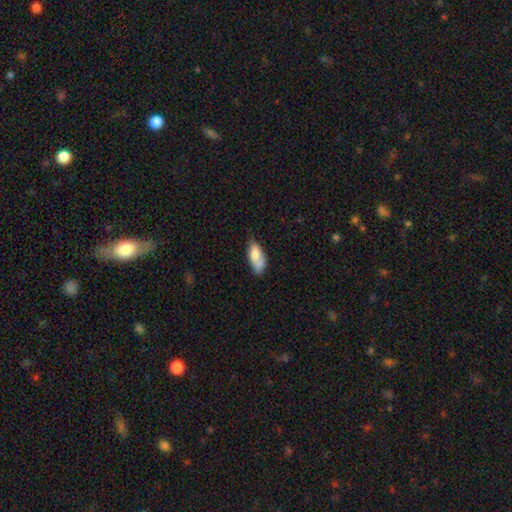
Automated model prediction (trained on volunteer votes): Overall: smooth (77%). How rounded: in between (84%). Merging: none (48%; minor disturbance 35%).